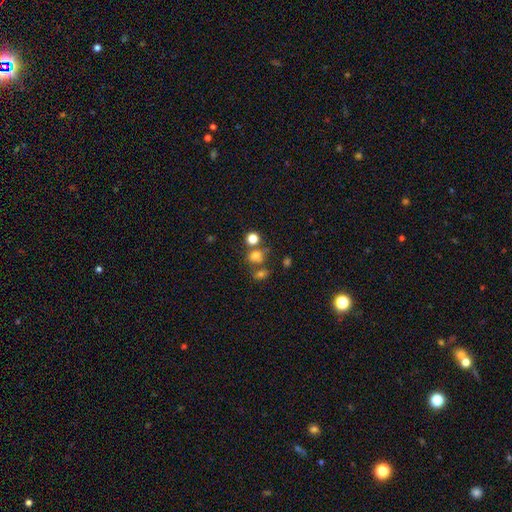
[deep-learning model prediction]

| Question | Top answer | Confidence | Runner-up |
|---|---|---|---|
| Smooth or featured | smooth | 69% | star or artifact (19%) |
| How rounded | round | 63% | in between (36%) |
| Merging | none | 48% | merger (33%) |